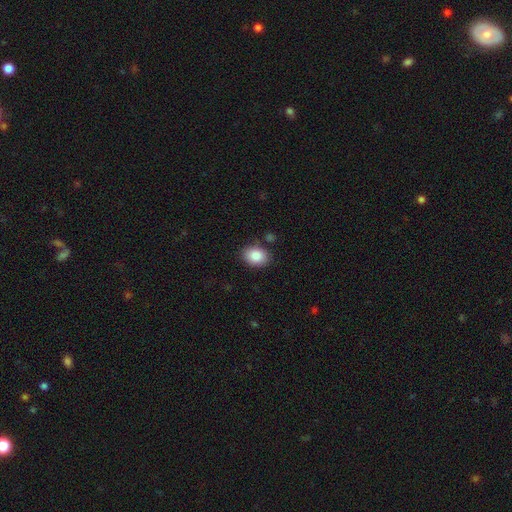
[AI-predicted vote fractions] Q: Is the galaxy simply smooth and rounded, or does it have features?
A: smooth — 87%.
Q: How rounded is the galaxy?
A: in between — 64%.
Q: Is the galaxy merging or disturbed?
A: none — 82%.